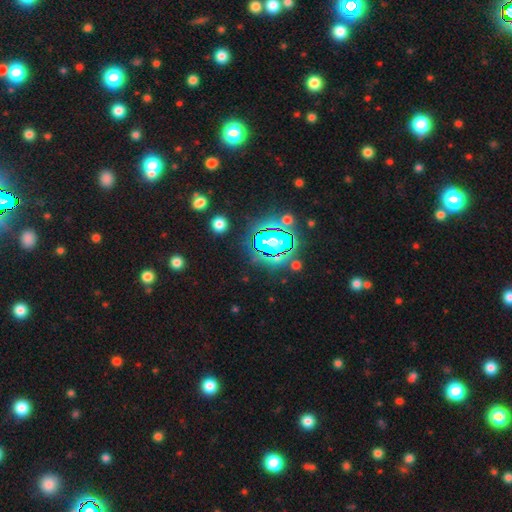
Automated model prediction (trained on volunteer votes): Smooth or featured? star or artifact (81%)